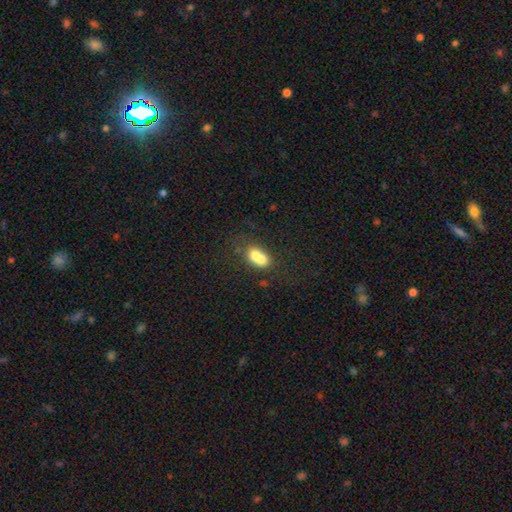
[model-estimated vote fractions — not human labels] Morphology: type=smooth (67%); roundness=in between (54%); merging=merger (66%).